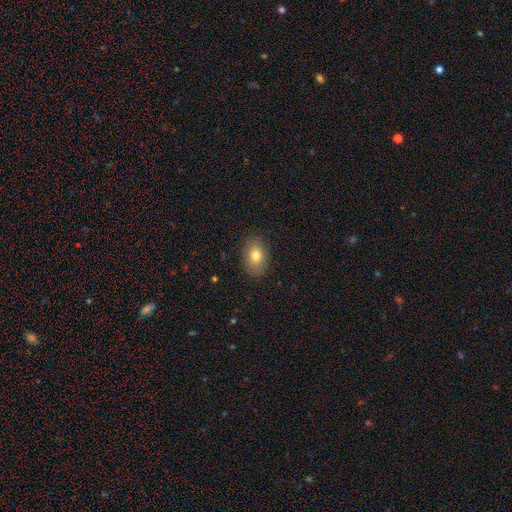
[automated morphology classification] Q: Smooth or featured?
A: smooth (79%); runner-up: featured or disk (12%)
Q: How rounded?
A: in between (84%); runner-up: round (14%)
Q: Merging?
A: none (87%); runner-up: minor disturbance (9%)